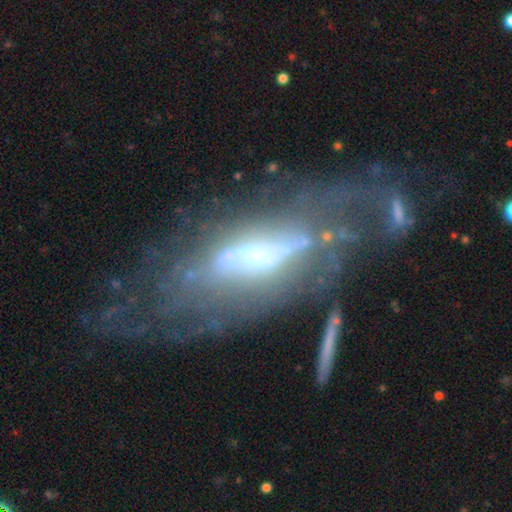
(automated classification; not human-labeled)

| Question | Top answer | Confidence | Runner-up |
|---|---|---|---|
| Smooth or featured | featured or disk | 72% | smooth (18%) |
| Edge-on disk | no | 72% | yes (28%) |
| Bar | no | 40% | strong (33%) |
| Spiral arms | yes | 50% | tied: no (50%) |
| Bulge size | moderate | 41% | small (31%) |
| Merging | major disturbance | 36% | none (33%) |